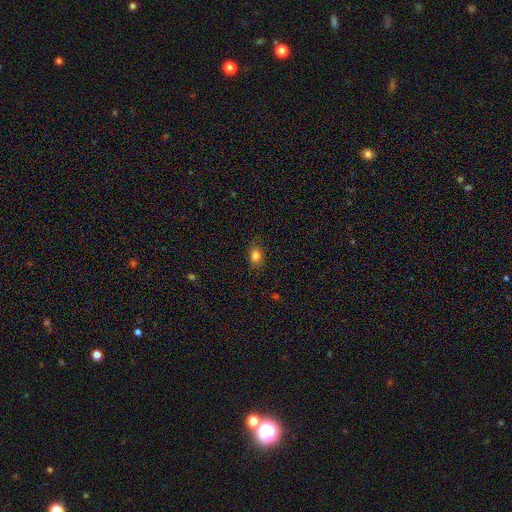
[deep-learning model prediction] Smooth or featured?
  - smooth: 82% *
  - star or artifact: 11%
  - featured or disk: 7%
How rounded?
  - in between: 73% *
  - round: 25%
  - cigar-shaped: 2%
Merging?
  - none: 85% *
  - minor disturbance: 11%
  - major disturbance: 3%
  - merger: 1%